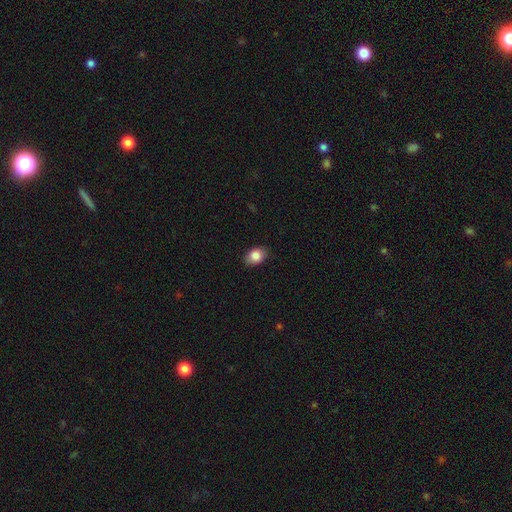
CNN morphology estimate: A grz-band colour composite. It shows a smooth galaxy with no disk features (85%) that is in between round and cigar-shaped (73%). Merging: none (85%).